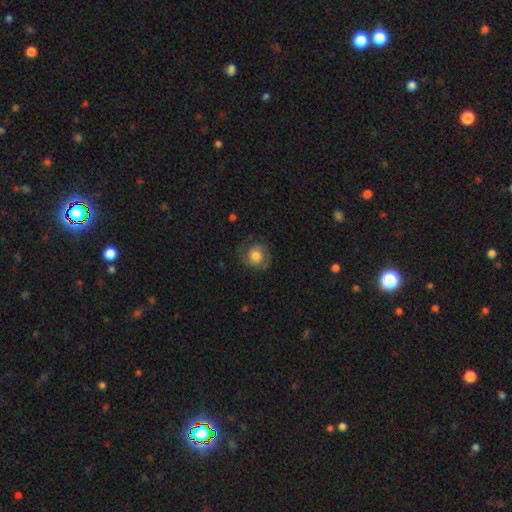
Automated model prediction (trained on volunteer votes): Smooth or featured: smooth — 54% (featured or disk — 37%)
How rounded: round — 85% (in between — 14%)
Merging: none — 74% (minor disturbance — 17%)